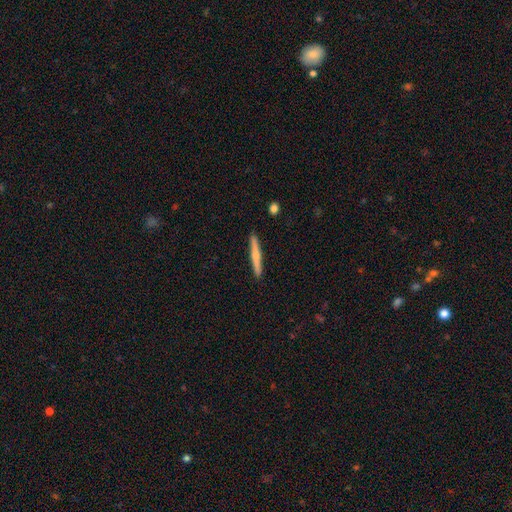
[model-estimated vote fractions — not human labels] Smooth or featured? Predicted: smooth (p=0.52). How rounded? Predicted: cigar-shaped (p=0.96). Merging? Predicted: none (p=0.91).